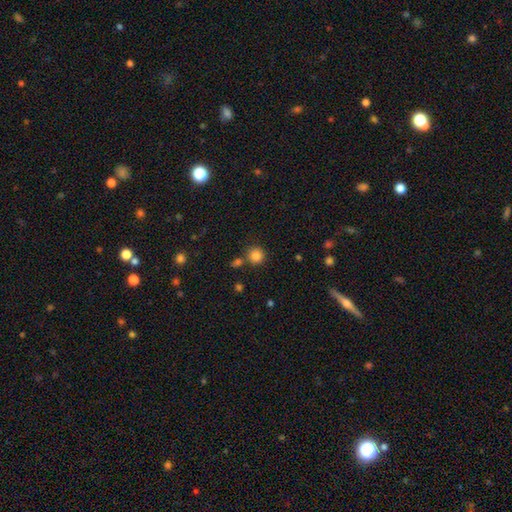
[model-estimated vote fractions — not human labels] smooth 85%, star or artifact 11%, featured or disk 4%. Down the decision tree: how rounded — round (93%); merging — none (77%).